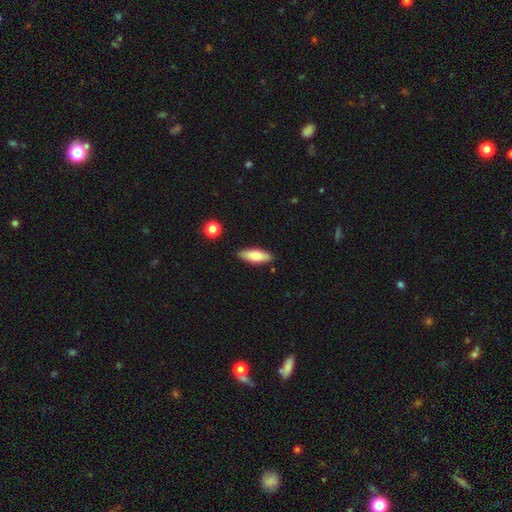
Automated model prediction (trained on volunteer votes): Q: Smooth or featured?
A: smooth (76%); runner-up: featured or disk (17%)
Q: How rounded?
A: in between (61%); runner-up: cigar-shaped (37%)
Q: Merging?
A: none (85%); runner-up: minor disturbance (11%)